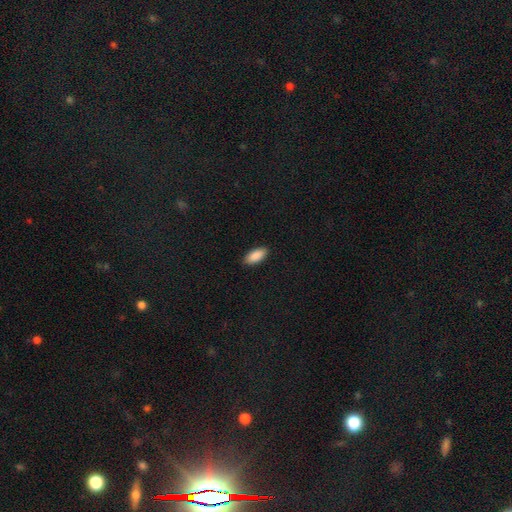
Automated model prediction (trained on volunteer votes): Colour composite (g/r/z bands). It shows a smooth galaxy with no disk features (90%) that is in between round and cigar-shaped (87%). Merging: none (89%).